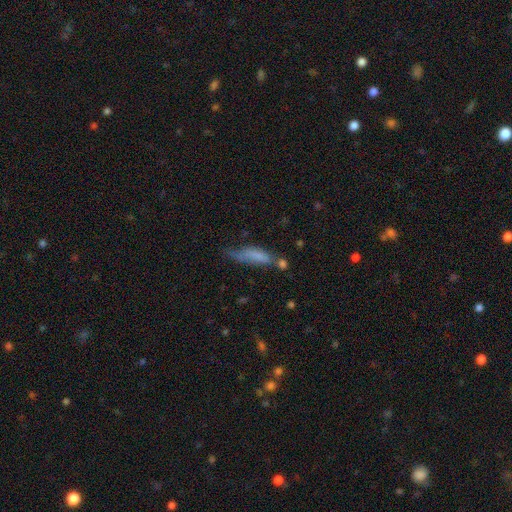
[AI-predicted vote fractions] Smooth or featured?
  - smooth: 68% *
  - featured or disk: 22%
  - star or artifact: 10%
How rounded?
  - cigar-shaped: 53% *
  - in between: 45%
  - round: 3%
Merging?
  - none: 32% *
  - minor disturbance: 30%
  - major disturbance: 22%
  - merger: 16%